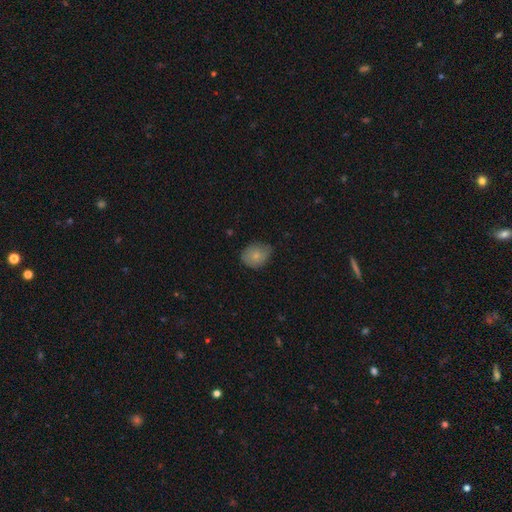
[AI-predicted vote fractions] Smooth or featured? Predicted: smooth (p=0.76). How rounded? Predicted: round (p=0.51). Merging? Predicted: none (p=0.62).